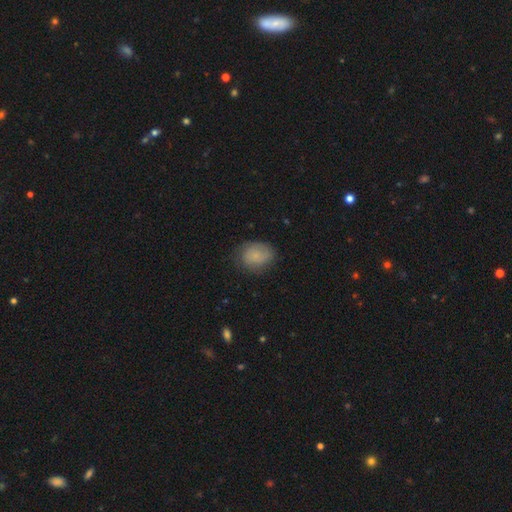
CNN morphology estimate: This is likely a smooth galaxy (74%). How rounded: possibly in between (50%). Merging: likely none (71%).